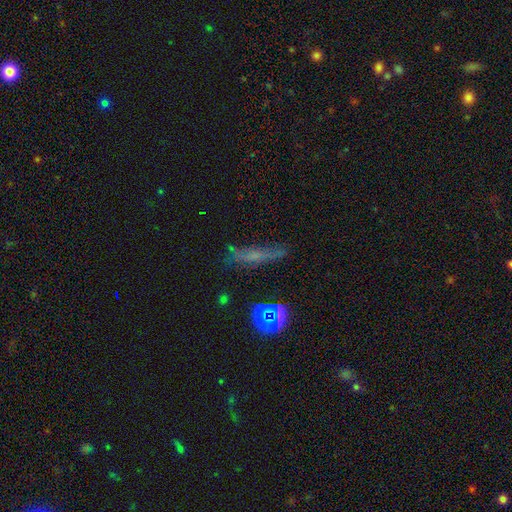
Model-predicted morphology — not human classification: smooth-or-featured: smooth: 40% | featured or disk: 34% | star or artifact: 26%
  merging: none: 57% | minor disturbance: 25% | major disturbance: 14% | merger: 4%